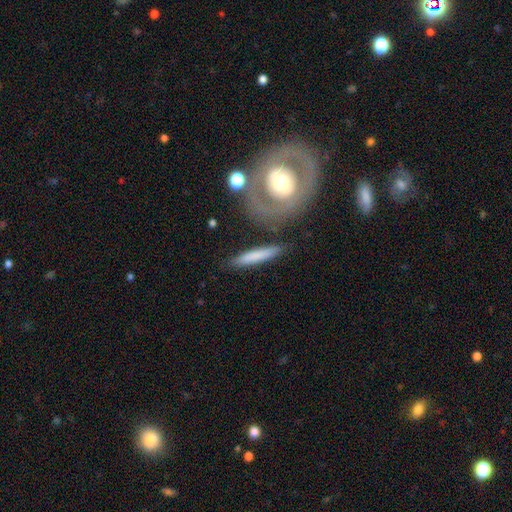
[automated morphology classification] Smooth or featured? Predicted: smooth (p=0.67). How rounded? Predicted: cigar-shaped (p=0.89). Merging? Predicted: none (p=0.82).